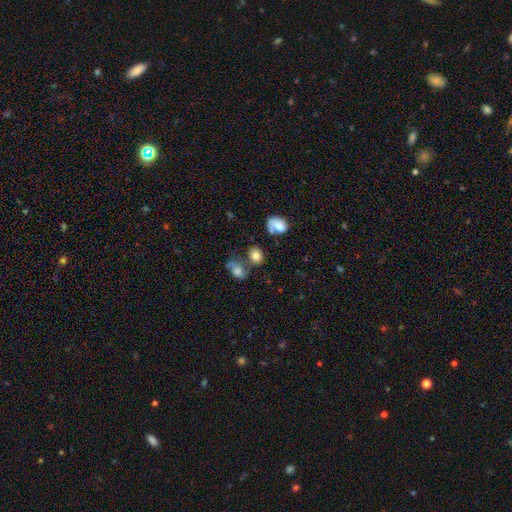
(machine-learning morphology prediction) Smooth or featured: smooth — 77% (star or artifact — 12%)
How rounded: round — 50% (in between — 49%)
Merging: none — 55% (merger — 21%)